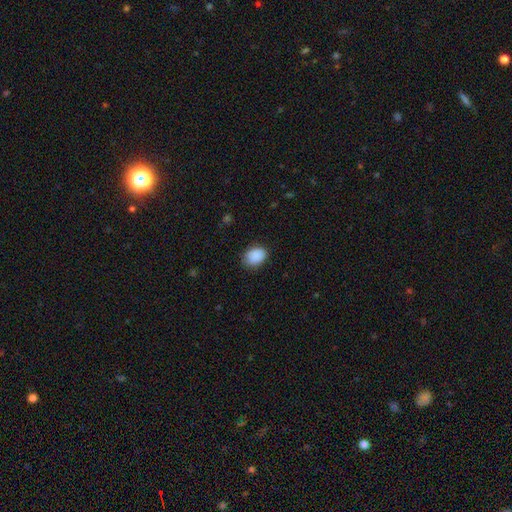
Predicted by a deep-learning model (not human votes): A smooth galaxy with no disk features (89%) that is in between round and cigar-shaped (66%). Merging: none (81%).